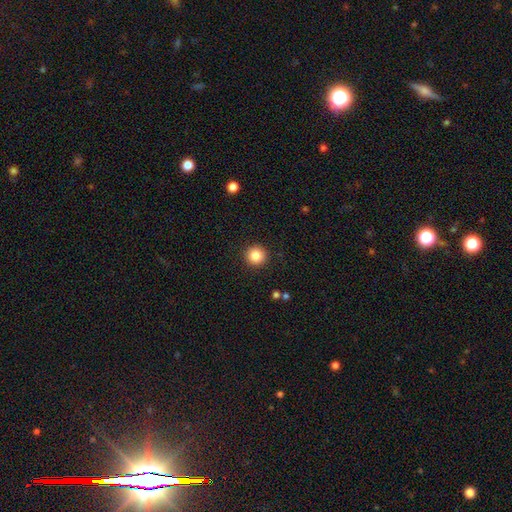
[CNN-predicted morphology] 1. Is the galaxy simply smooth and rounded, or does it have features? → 85% smooth, 10% star or artifact, 5% featured or disk.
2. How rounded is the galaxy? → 95% round, 4% in between, 1% cigar-shaped.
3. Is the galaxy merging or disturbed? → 92% none, 5% minor disturbance, 2% major disturbance, 1% merger.